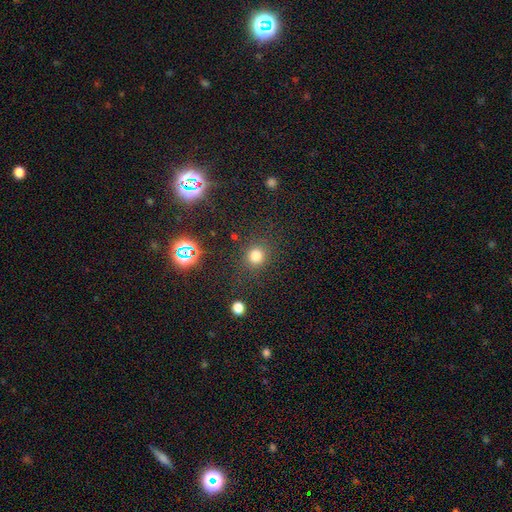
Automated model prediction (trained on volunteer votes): A smooth galaxy with no disk features (77%) that is round (86%). Merging: none (83%).